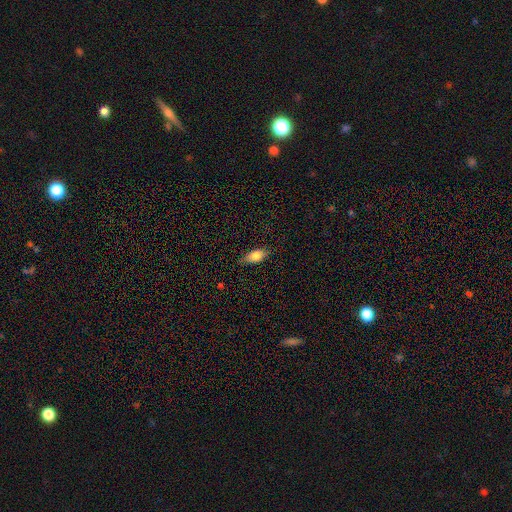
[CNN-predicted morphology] Smooth or featured? smooth (79%)
How rounded? in between (85%)
Merging? none (78%)